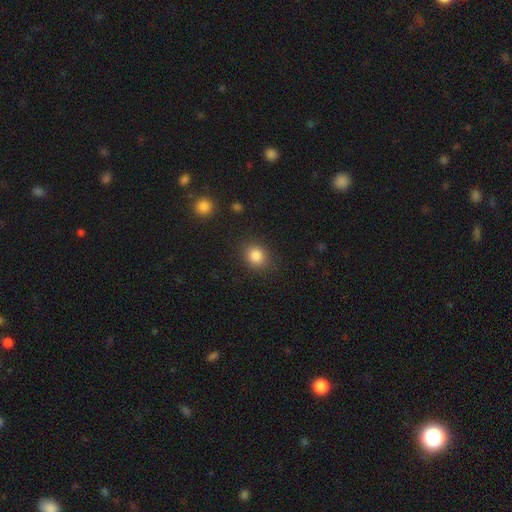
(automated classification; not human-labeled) This is clearly a smooth galaxy (84%). How rounded: likely round (69%). Merging: clearly none (86%).